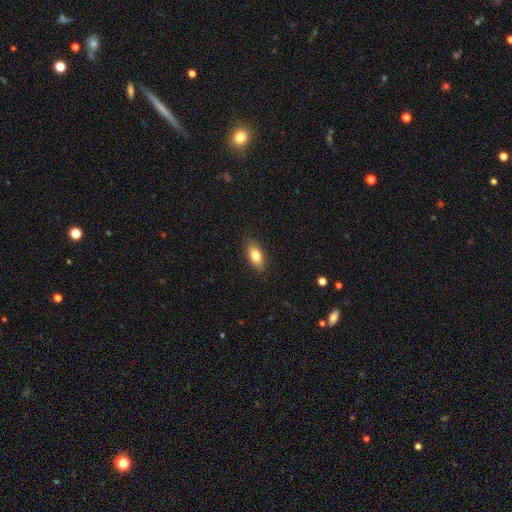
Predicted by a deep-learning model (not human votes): smooth_or_featured: smooth (p=0.81) [alt: featured or disk p=0.12]
how_rounded: in between (p=0.87) [alt: cigar-shaped p=0.09]
merging: none (p=0.86) [alt: minor disturbance p=0.10]